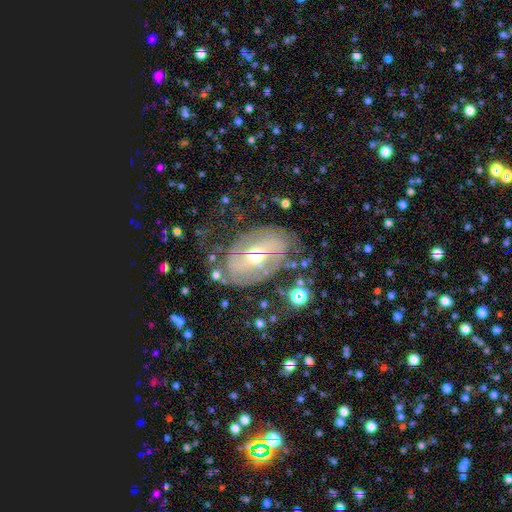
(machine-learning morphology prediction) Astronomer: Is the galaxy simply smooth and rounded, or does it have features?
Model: featured or disk — 81%.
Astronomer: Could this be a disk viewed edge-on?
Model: no — 95%.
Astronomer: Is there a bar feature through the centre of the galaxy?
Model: weak — 39% (runner-up: no, 33%).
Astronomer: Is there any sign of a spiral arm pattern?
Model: yes — 91%.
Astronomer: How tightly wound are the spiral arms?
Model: tight — 60%.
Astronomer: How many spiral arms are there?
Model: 2 — 51%.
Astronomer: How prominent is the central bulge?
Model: moderate — 61%.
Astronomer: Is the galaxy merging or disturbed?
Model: none — 68%.